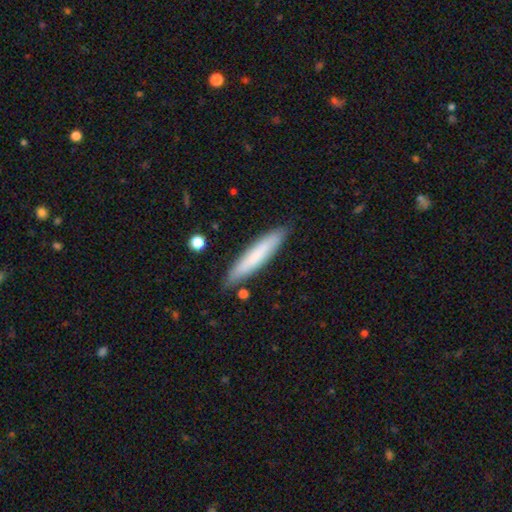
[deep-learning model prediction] The model was most divided on "smooth or featured": smooth: 72%, featured or disk: 22%, star or artifact: 6%. More confident: how rounded — cigar-shaped (90%); merging — none (86%).